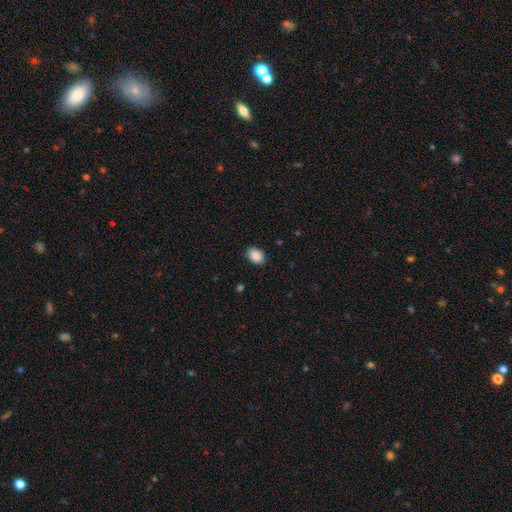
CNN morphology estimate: Q: Smooth or featured?
A: smooth (89%); runner-up: star or artifact (8%)
Q: How rounded?
A: in between (82%); runner-up: round (16%)
Q: Merging?
A: none (89%); runner-up: minor disturbance (8%)